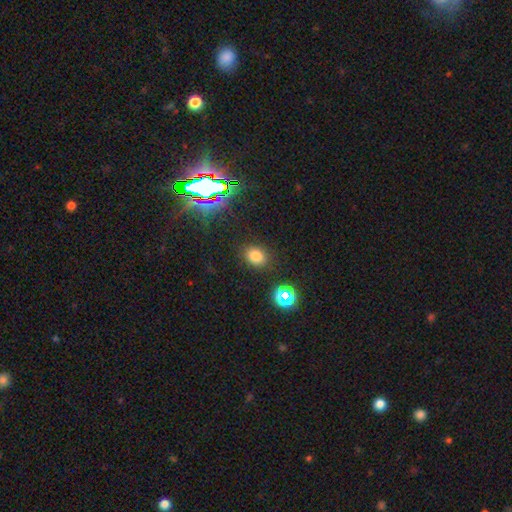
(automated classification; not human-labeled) smooth-or-featured: smooth: 75% | star or artifact: 18% | featured or disk: 7%
  how-rounded: in between: 56% | round: 43% | cigar-shaped: 1%
  merging: none: 85% | minor disturbance: 10% | major disturbance: 3% | merger: 2%